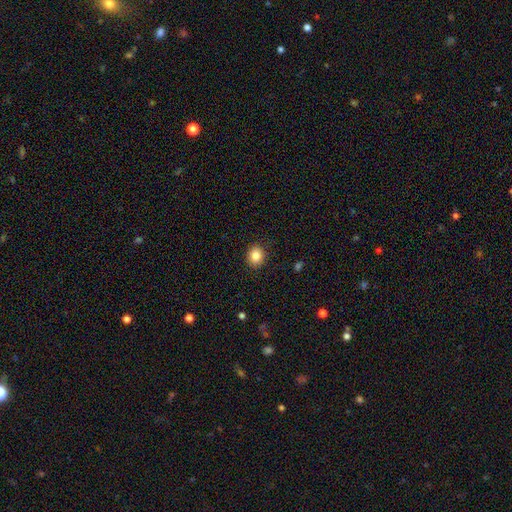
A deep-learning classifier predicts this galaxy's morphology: This appears to be a smooth galaxy with no disk features (85%) that is round (73%). Merging: none (90%).